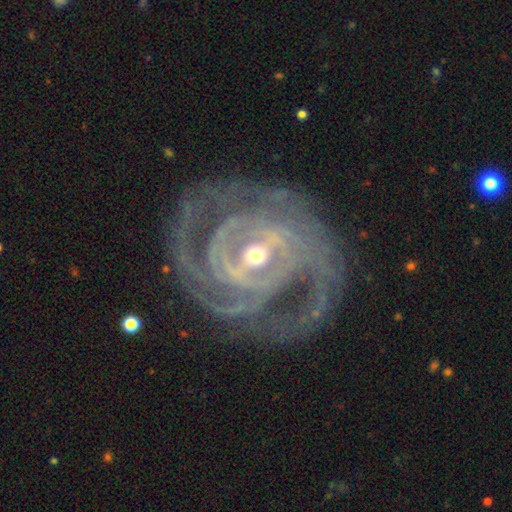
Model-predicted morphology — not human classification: This appears to be a featured or disk galaxy (90%) with a strong bar (54%), 2 (29%) tight (59%) spiral arms (92%) and a moderate central bulge (53%). Merging: none (63%).